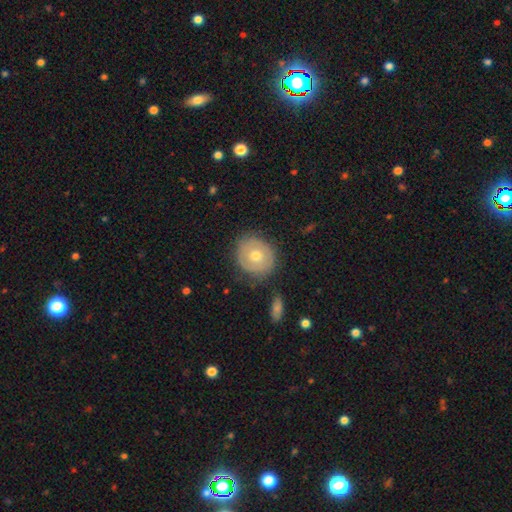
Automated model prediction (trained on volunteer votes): This is possibly a smooth galaxy (58%). How rounded: likely round (79%). Merging: likely none (77%).